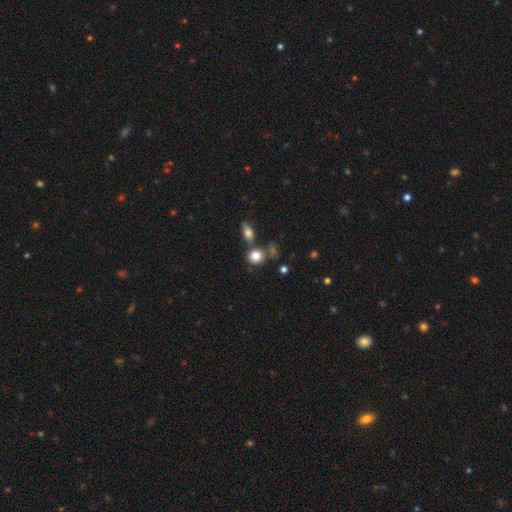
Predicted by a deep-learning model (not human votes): This appears to be a smooth galaxy with no disk features (82%) that is round (73%). Merging: none (61%).